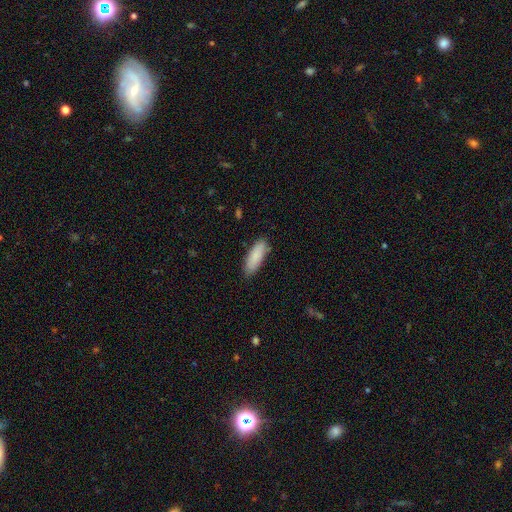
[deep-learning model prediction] Smooth or featured? Predicted: smooth (p=0.88). How rounded? Predicted: in between (p=0.63). Merging? Predicted: none (p=0.84).